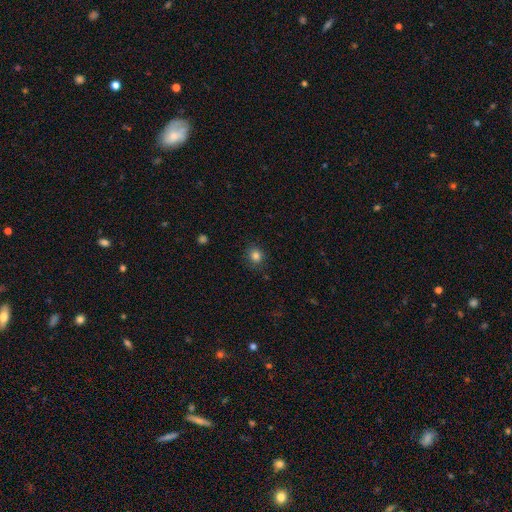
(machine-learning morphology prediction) Q: Smooth or featured?
A: smooth (83%); runner-up: star or artifact (12%)
Q: How rounded?
A: round (86%); runner-up: in between (13%)
Q: Merging?
A: none (87%); runner-up: minor disturbance (9%)